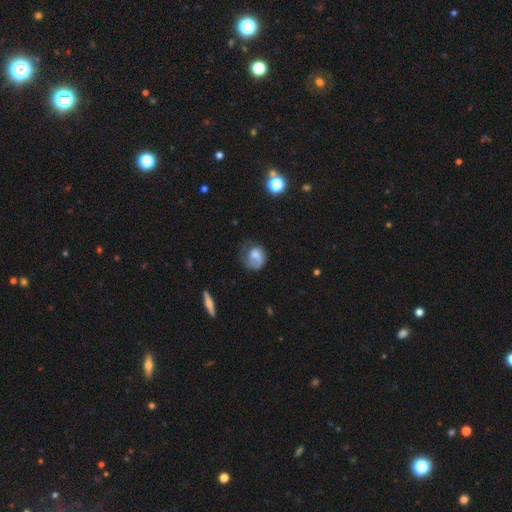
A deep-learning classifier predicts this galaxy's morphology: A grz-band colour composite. It shows a smooth galaxy with no disk features (59%) that is round (64%). Merging: none (38%).